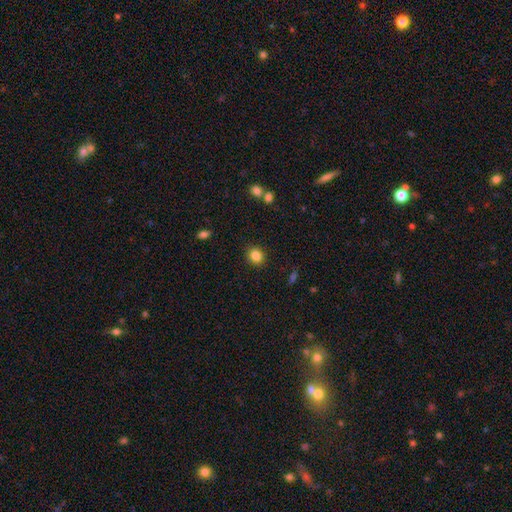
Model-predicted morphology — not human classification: smooth 85%, star or artifact 10%, featured or disk 5%. Down the decision tree: how rounded — round (75%); merging — none (90%).